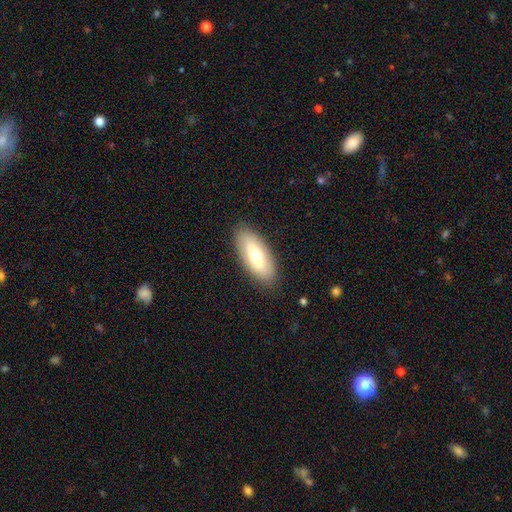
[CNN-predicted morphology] Smooth or featured? smooth (58%)
How rounded? in between (80%)
Merging? none (84%)